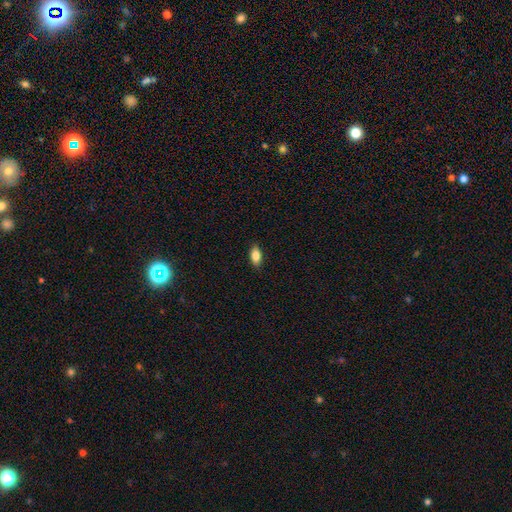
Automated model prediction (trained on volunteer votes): Overall: smooth (84%). How rounded: in between (89%). Merging: none (88%).